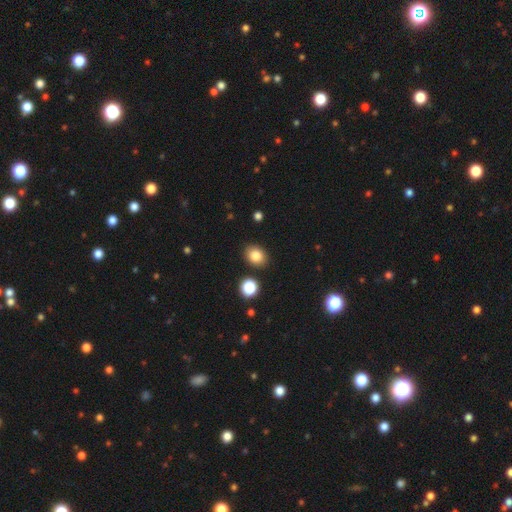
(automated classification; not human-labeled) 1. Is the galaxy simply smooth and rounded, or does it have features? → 84% smooth, 10% star or artifact, 6% featured or disk.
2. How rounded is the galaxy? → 54% in between, 45% round, 1% cigar-shaped.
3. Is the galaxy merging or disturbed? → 87% none, 8% minor disturbance, 3% merger, 2% major disturbance.